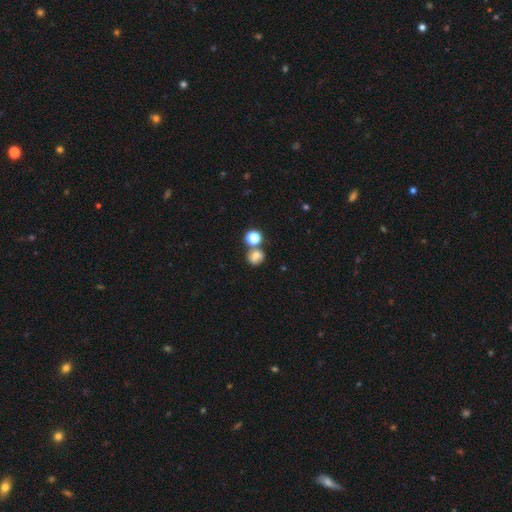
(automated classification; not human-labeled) This is likely a smooth galaxy (66%). How rounded: likely round (76%). Merging: possibly none (53%).